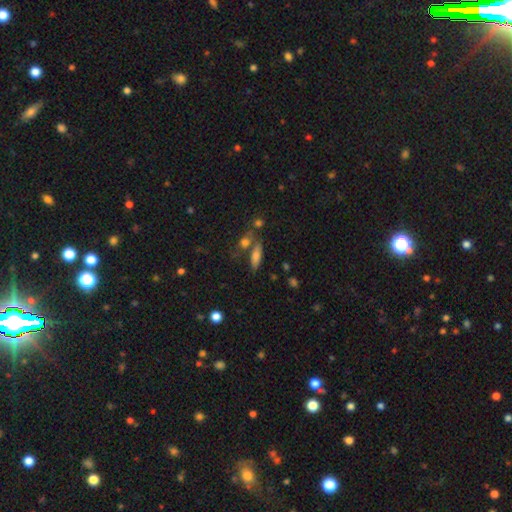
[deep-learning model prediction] Overall: smooth (69%). How rounded: cigar-shaped (51%; in between 45%). Merging: none (63%).